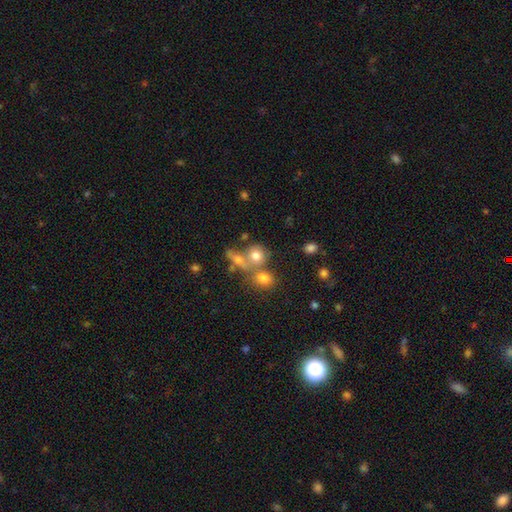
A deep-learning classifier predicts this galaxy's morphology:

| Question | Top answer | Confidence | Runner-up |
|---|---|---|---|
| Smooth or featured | smooth | 72% | featured or disk (15%) |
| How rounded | round | 76% | in between (22%) |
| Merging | none | 46% | merger (38%) |